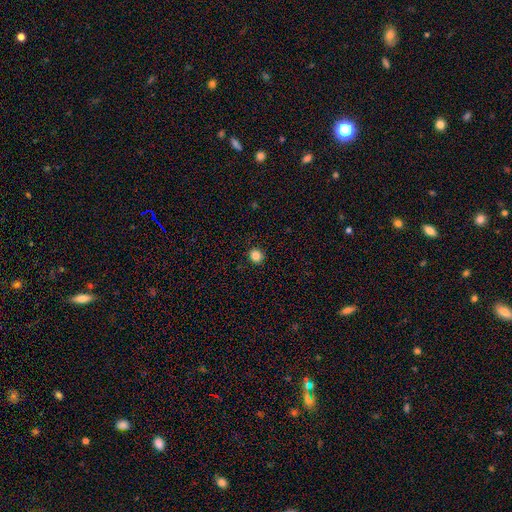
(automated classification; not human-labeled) Smooth or featured?
  - smooth: 85% *
  - star or artifact: 11%
  - featured or disk: 3%
How rounded?
  - round: 90% *
  - in between: 9%
  - cigar-shaped: 1%
Merging?
  - none: 92% *
  - minor disturbance: 5%
  - major disturbance: 2%
  - merger: 1%